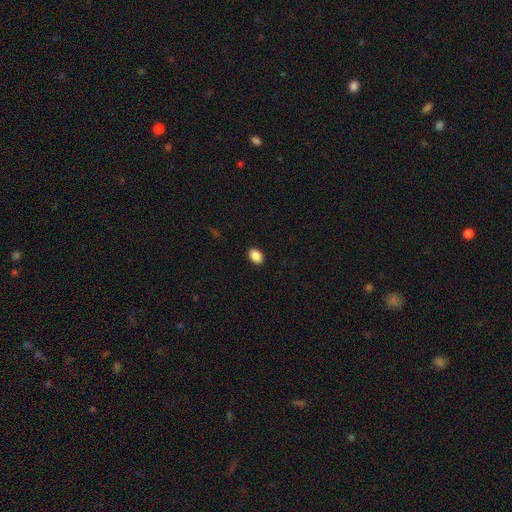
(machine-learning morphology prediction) Q: Smooth or featured?
A: smooth (89%); runner-up: star or artifact (8%)
Q: How rounded?
A: in between (80%); runner-up: round (18%)
Q: Merging?
A: none (91%); runner-up: minor disturbance (7%)